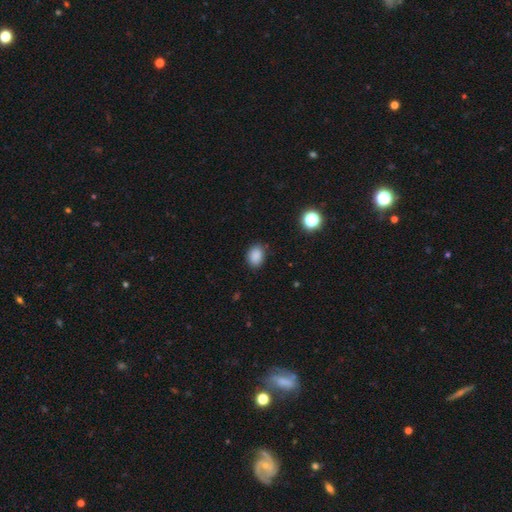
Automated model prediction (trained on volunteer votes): Smooth or featured?
  - smooth: 86% *
  - star or artifact: 11%
  - featured or disk: 3%
How rounded?
  - in between: 70% *
  - round: 29%
  - cigar-shaped: 1%
Merging?
  - none: 84% *
  - minor disturbance: 12%
  - major disturbance: 3%
  - merger: 1%